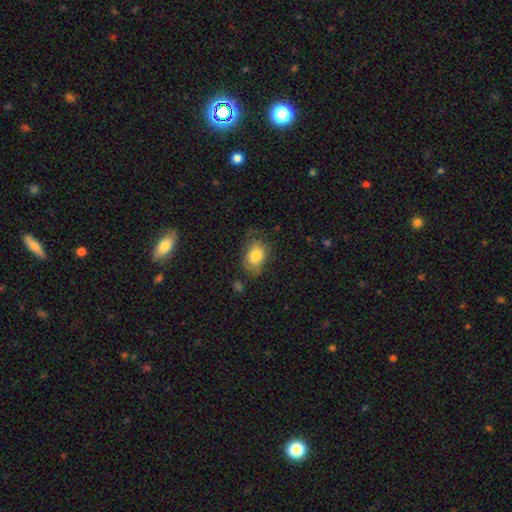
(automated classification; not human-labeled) Overall: smooth (77%). How rounded: in between (79%). Merging: none (55%; minor disturbance 30%).